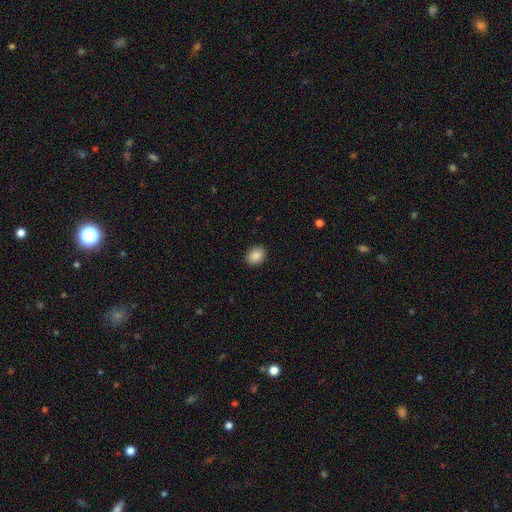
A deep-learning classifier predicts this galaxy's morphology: This is clearly a smooth galaxy (88%). How rounded: possibly in between (50%). Merging: clearly none (90%).